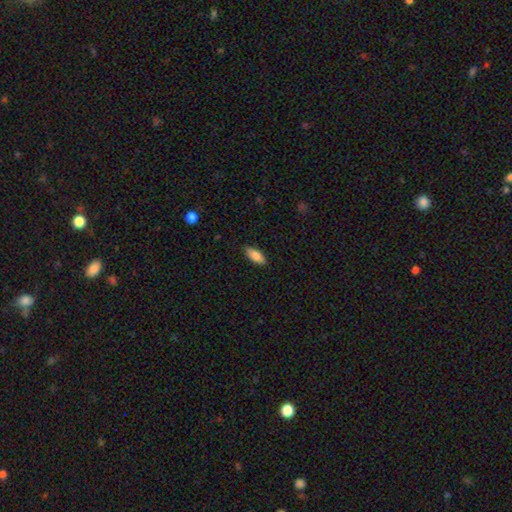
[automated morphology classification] smooth 84%, featured or disk 9%, star or artifact 6%. Down the decision tree: how rounded — in between (80%); merging — none (87%).